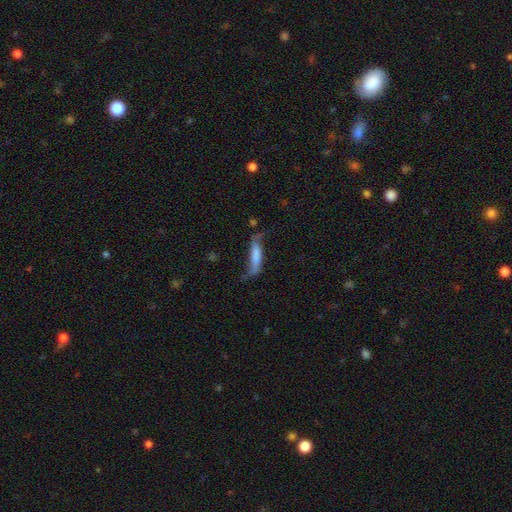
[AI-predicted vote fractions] smooth-or-featured: smooth: 50% | featured or disk: 43% | star or artifact: 8%
  merging: none: 42% | minor disturbance: 28% | major disturbance: 24% | merger: 5%